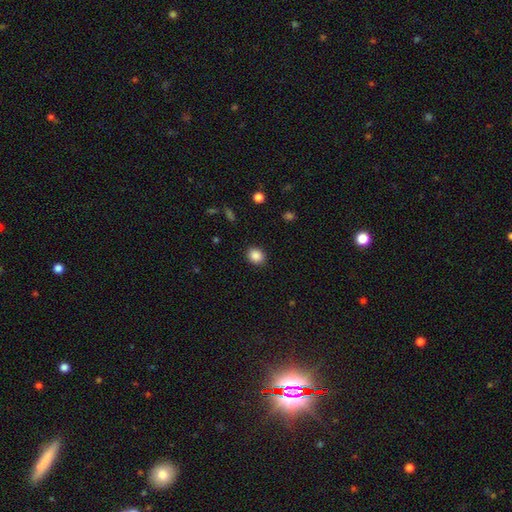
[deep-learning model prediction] Smooth or featured: smooth — 87% (star or artifact — 9%)
How rounded: round — 67% (in between — 32%)
Merging: none — 89% (minor disturbance — 7%)